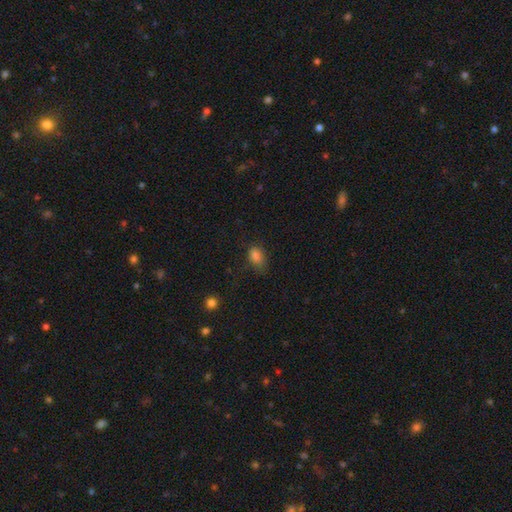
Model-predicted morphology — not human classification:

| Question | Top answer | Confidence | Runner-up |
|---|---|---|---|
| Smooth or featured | smooth | 82% | star or artifact (12%) |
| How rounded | in between | 81% | round (17%) |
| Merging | none | 61% | minor disturbance (27%) |